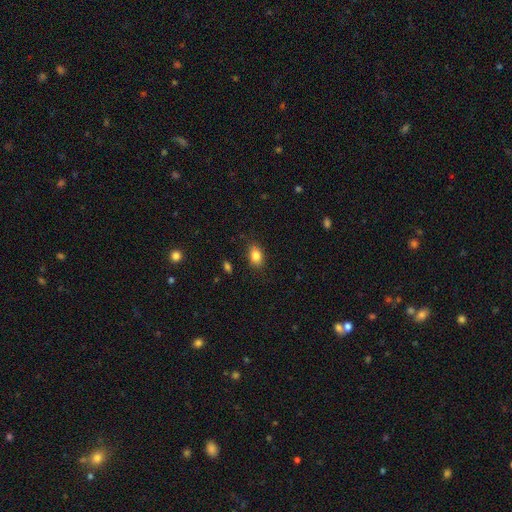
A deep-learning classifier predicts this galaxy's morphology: Smooth or featured? Predicted: smooth (p=0.84). How rounded? Predicted: in between (p=0.80). Merging? Predicted: none (p=0.84).